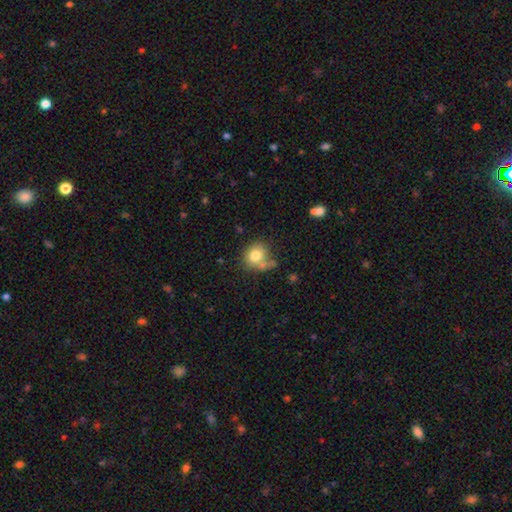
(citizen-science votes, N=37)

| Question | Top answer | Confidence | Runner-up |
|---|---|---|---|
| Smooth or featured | smooth | 89% | featured or disk (8%) |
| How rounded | round | 79% | in between (21%) |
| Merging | none | 61% | minor disturbance (22%) |